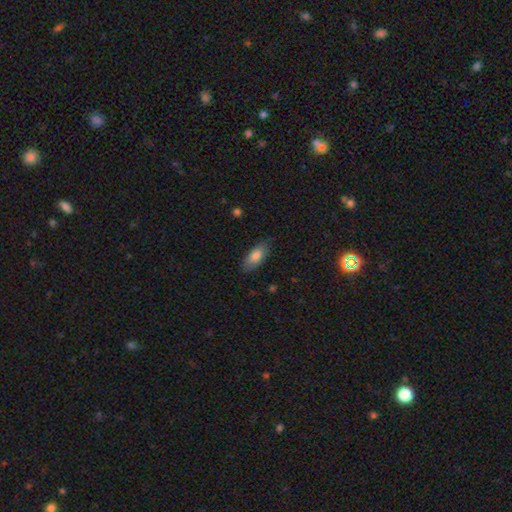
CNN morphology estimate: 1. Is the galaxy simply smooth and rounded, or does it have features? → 81% smooth, 12% featured or disk, 6% star or artifact.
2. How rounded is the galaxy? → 84% in between, 13% cigar-shaped, 2% round.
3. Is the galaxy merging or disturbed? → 76% none, 19% minor disturbance, 4% major disturbance, 1% merger.